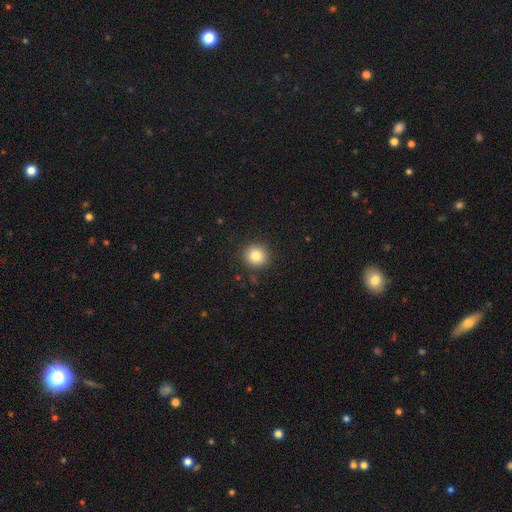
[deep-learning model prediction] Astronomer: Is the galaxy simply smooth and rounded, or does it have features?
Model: smooth — 82%.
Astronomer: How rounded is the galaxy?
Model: round — 91%.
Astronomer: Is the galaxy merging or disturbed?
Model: none — 90%.